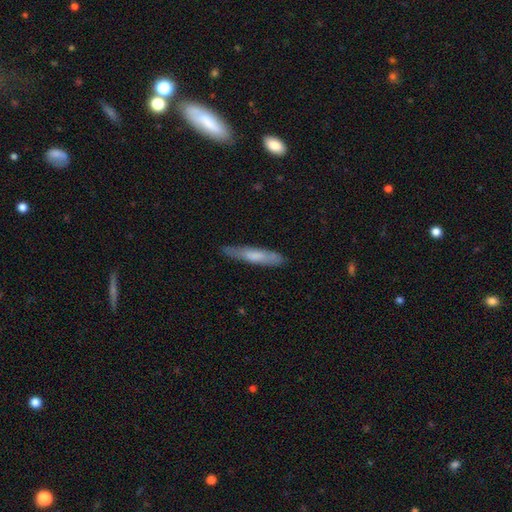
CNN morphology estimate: smooth 64%, featured or disk 31%, star or artifact 6%. Down the decision tree: how rounded — cigar-shaped (87%); merging — none (79%).